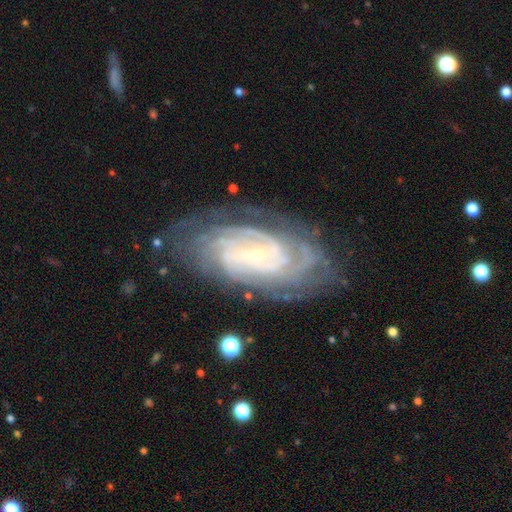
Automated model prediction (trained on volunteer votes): smooth-or-featured: featured or disk: 87% | star or artifact: 7% | smooth: 6%
  disk-edge-on: no: 95% | yes: 5%
    bar: no: 49% | weak: 35% | strong: 16%
    has-spiral-arms: yes: 97% | no: 3%
      spiral-winding: tight: 77% | medium: 20% | loose: 4%
      spiral-arm-count: can't tell: 31% | 4: 21% | 2: 14% | more than 4: 13% | 3: 13% | 1: 7%
    bulge-size: small: 83% | moderate: 8% | none: 6% | large: 1% | dominant: 1%
  merging: none: 76% | minor disturbance: 17% | major disturbance: 6% | merger: 2%